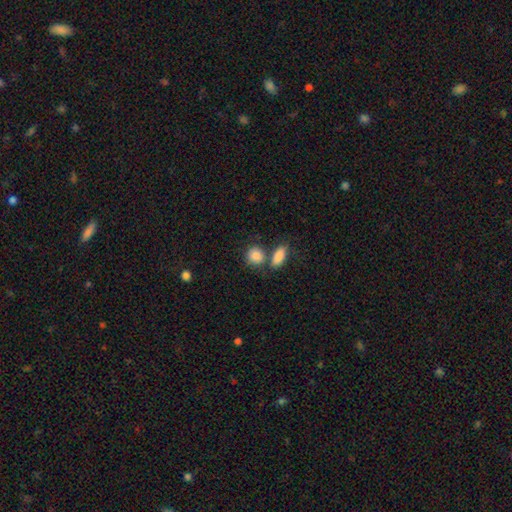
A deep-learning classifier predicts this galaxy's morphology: smooth_or_featured: smooth (p=0.87) [alt: star or artifact p=0.07]
how_rounded: round (p=0.65) [alt: in between p=0.33]
merging: none (p=0.55) [alt: merger p=0.28]